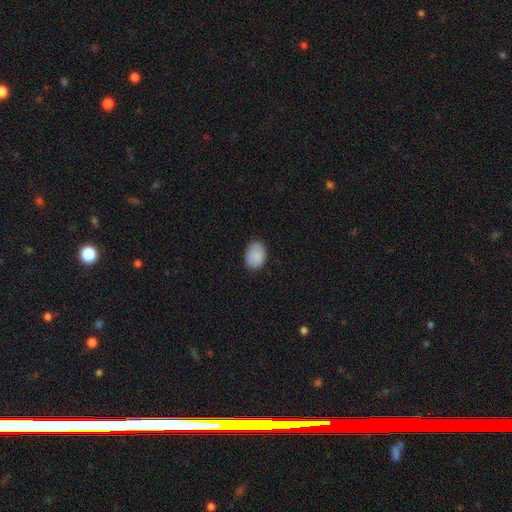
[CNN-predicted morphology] A smooth galaxy with no disk features (88%) that is in between round and cigar-shaped (70%).

Vote fractions:
- Smooth or featured? smooth: 88% / star or artifact: 7% / featured or disk: 5%
- How rounded? in between: 70% / round: 29% / cigar-shaped: 1%
- Merging? none: 83% / minor disturbance: 14% / major disturbance: 2% / merger: 1%